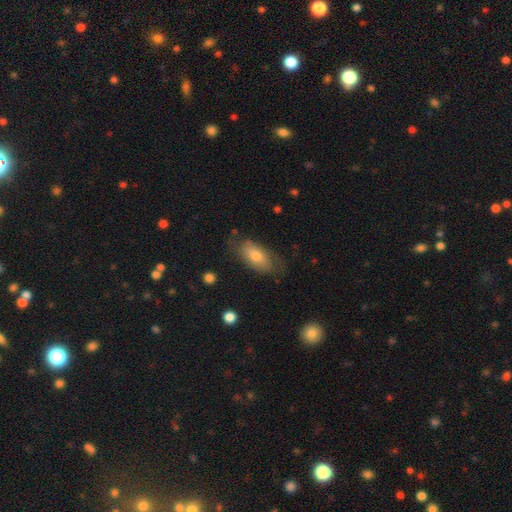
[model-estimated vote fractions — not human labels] Morphology: type=smooth (67%); roundness=in between (87%); merging=none (68%).